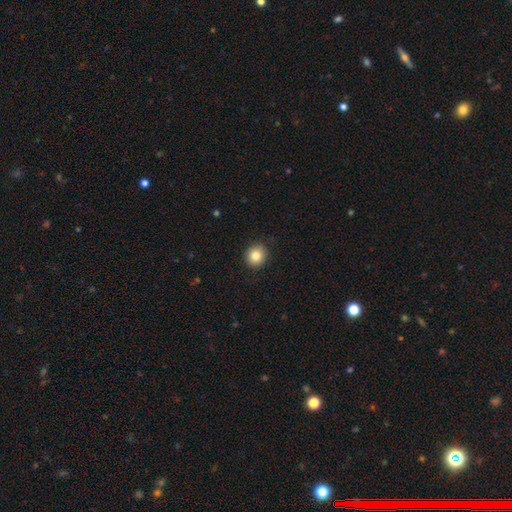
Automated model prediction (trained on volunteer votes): The model was most divided on "smooth or featured": smooth: 84%, star or artifact: 9%, featured or disk: 7%. More confident: merging — none (91%); how rounded — round (87%).